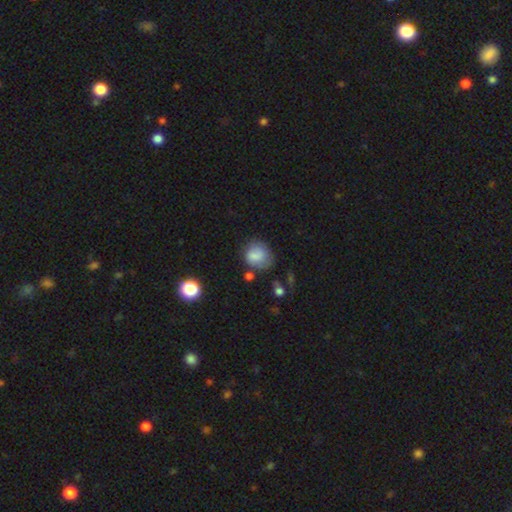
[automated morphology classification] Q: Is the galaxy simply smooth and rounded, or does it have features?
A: smooth — 75%.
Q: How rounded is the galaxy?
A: round — 70%.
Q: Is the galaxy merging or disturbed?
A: none — 55%.